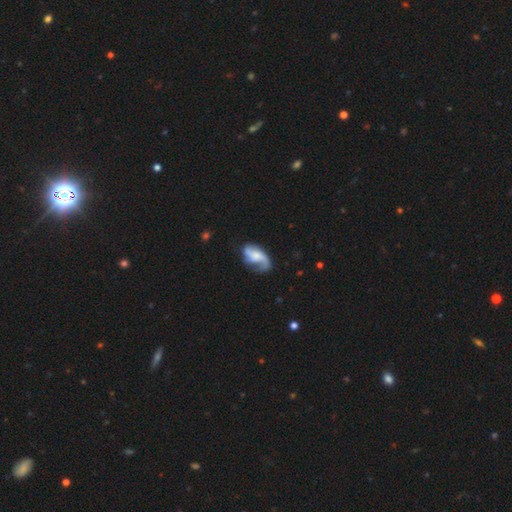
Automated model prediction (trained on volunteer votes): smooth-or-featured: featured or disk: 66% | smooth: 27% | star or artifact: 7%
  disk-edge-on: no: 96% | yes: 4%
    bar: no: 58% | weak: 32% | strong: 10%
    has-spiral-arms: yes: 89% | no: 11%
      spiral-winding: loose: 56% | medium: 32% | tight: 12%
      spiral-arm-count: 2: 58% | 1: 25% | can't tell: 8% | 3: 5% | 4: 2% | more than 4: 1%
    bulge-size: small: 30% | moderate: 28% | none: 27% | large: 12% | dominant: 3%
  merging: none: 43% | major disturbance: 27% | minor disturbance: 26% | merger: 4%